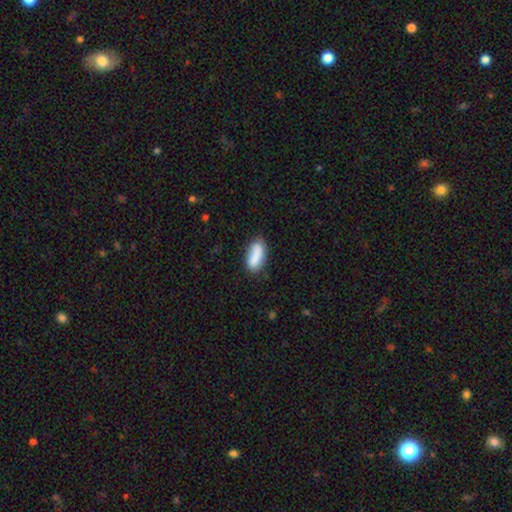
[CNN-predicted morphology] Smooth or featured? smooth (85%)
How rounded? in between (79%)
Merging? none (72%)